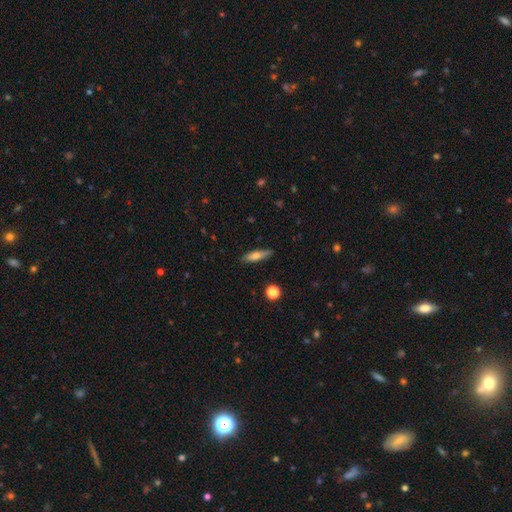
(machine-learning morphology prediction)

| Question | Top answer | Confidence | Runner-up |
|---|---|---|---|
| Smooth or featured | smooth | 65% | featured or disk (27%) |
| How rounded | cigar-shaped | 65% | in between (32%) |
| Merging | none | 84% | minor disturbance (12%) |